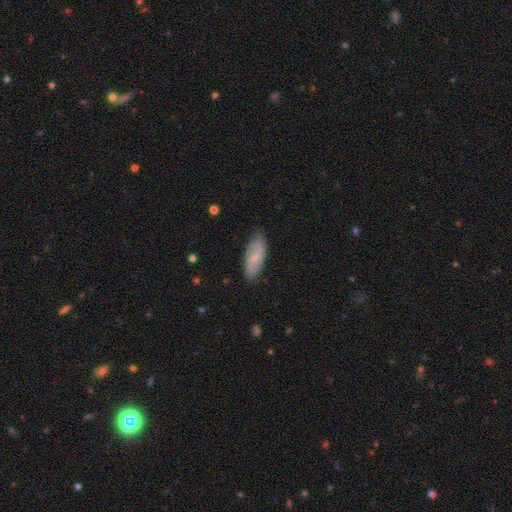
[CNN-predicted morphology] smooth-or-featured: featured or disk: 73% | smooth: 21% | star or artifact: 5%
  disk-edge-on: no: 94% | yes: 6%
    bar: weak: 46% | no: 39% | strong: 15%
    has-spiral-arms: yes: 92% | no: 8%
      spiral-winding: medium: 45% | loose: 34% | tight: 22%
      spiral-arm-count: 2: 88% | can't tell: 7% | 3: 2% | 1: 2% | 4: 1% | more than 4: 1%
    bulge-size: small: 66% | moderate: 27% | none: 6% | large: 1% | dominant: 1%
  merging: none: 80% | minor disturbance: 16% | major disturbance: 3% | merger: 1%